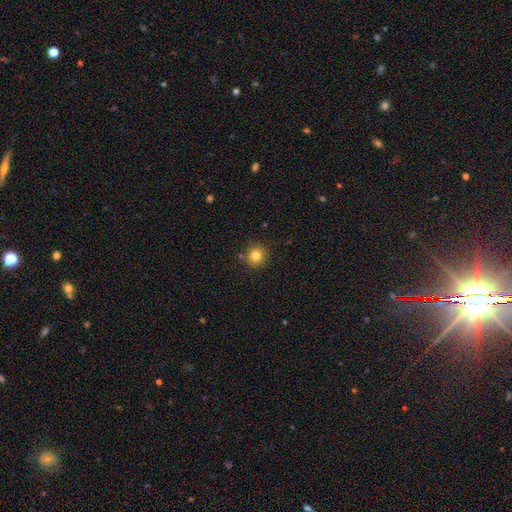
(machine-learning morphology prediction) type=smooth (82%); roundness=round (94%); merging=none (88%).